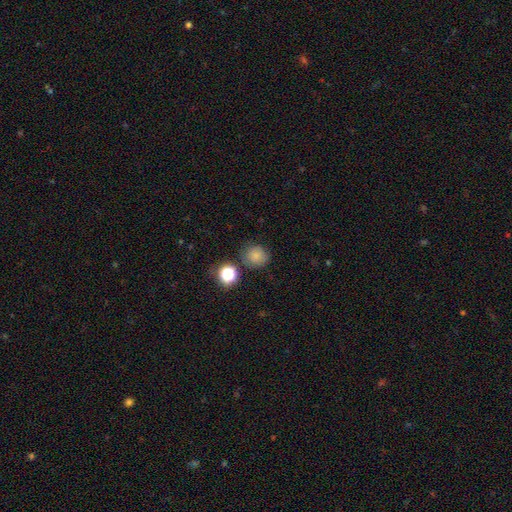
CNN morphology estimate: Smooth or featured? smooth (77%)
How rounded? round (86%)
Merging? none (77%)